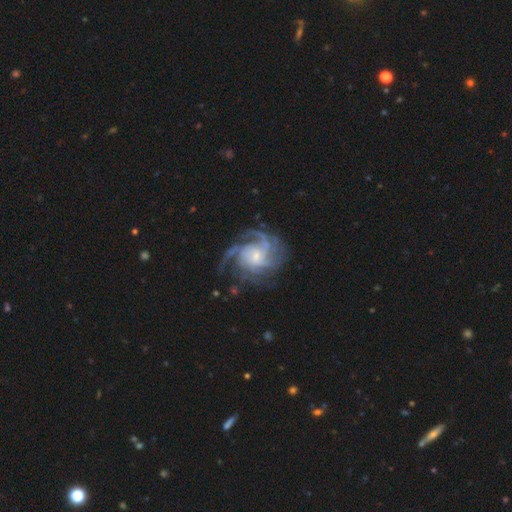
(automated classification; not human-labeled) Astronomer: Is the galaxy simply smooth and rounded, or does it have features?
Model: featured or disk — 89%.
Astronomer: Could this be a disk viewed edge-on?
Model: no — 98%.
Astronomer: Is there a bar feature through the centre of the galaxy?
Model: no — 66%.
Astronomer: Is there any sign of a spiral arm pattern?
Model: yes — 98%.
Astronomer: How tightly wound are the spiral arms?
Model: tight — 46% (runner-up: medium, 41%).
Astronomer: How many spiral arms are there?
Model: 4 — 28% (runner-up: 3, 22%).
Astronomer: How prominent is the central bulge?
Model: small — 63%.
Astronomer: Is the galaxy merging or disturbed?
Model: none — 66%.